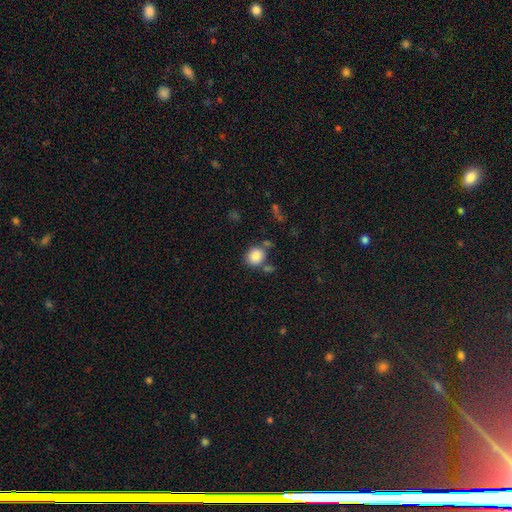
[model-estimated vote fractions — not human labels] A smooth galaxy with no disk features (84%) that is round (79%).

Vote fractions:
- Smooth or featured? smooth: 84% / star or artifact: 9% / featured or disk: 6%
- How rounded? round: 79% / in between: 20% / cigar-shaped: 1%
- Merging? none: 70% / merger: 13% / minor disturbance: 12% / major disturbance: 4%